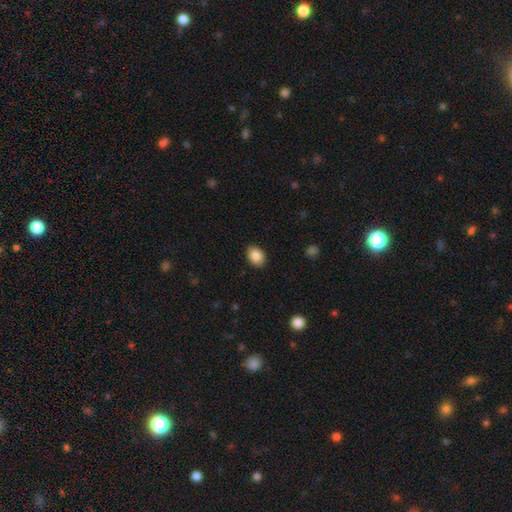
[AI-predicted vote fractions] Smooth or featured: smooth — 87% (star or artifact — 8%)
How rounded: in between — 73% (round — 26%)
Merging: none — 89% (minor disturbance — 8%)